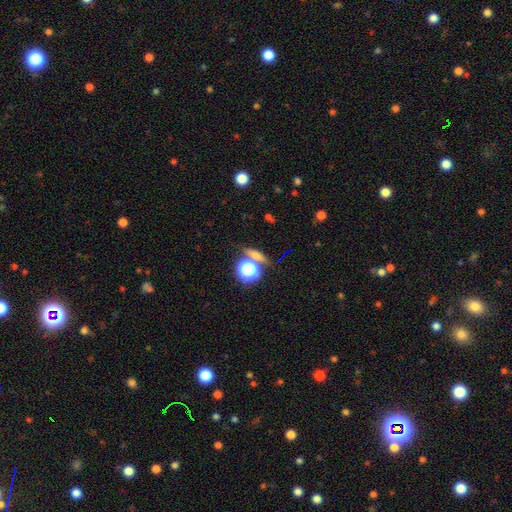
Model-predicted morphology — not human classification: type=smooth (49%); merging=none (75%).